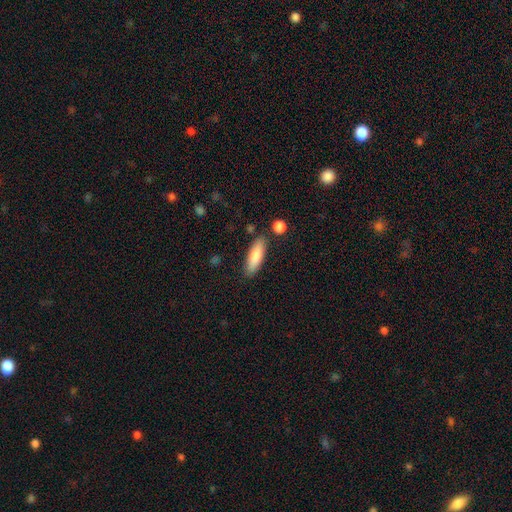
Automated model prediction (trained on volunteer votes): This appears to be a smooth galaxy with no disk features (80%) that is in between round and cigar-shaped (52%). Merging: none (82%).